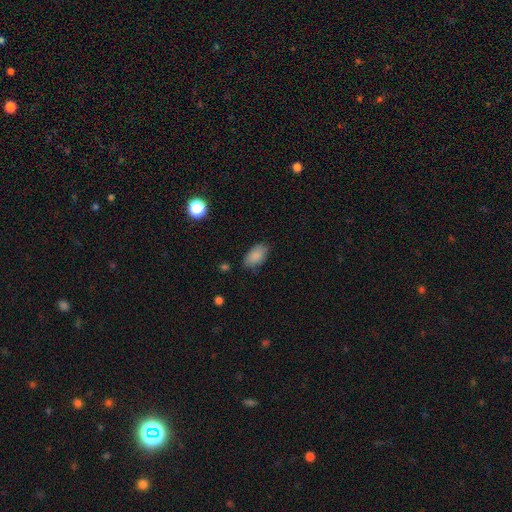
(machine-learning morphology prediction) This is clearly a smooth galaxy (87%). How rounded: clearly in between (93%). Merging: clearly none (81%).